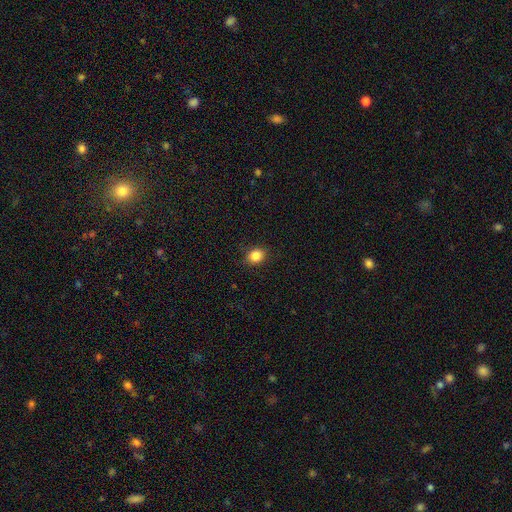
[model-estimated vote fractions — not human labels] The model was most divided on "how rounded": round: 64%, in between: 35%, cigar-shaped: 1%. More confident: merging — none (87%); smooth or featured — smooth (85%).